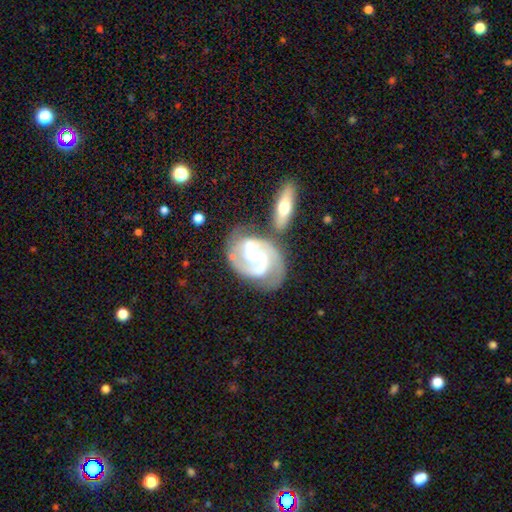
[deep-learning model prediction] Morphology: type=featured or disk (91%); edge-on=no (97%); bar=weak (46%); spiral arms=yes (98%); winding=medium (59%); arm count=2 (90%); bulge=small (51%); merging=none (60%).